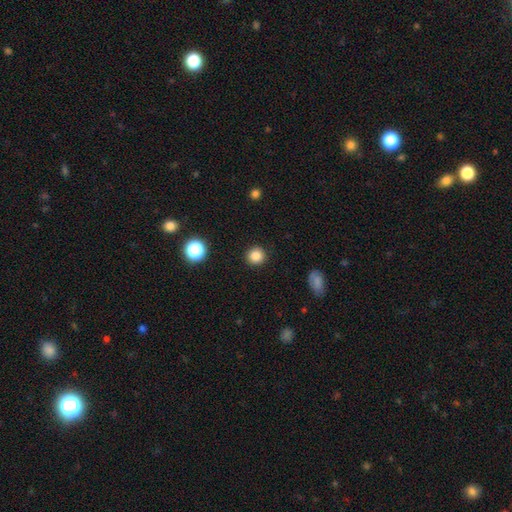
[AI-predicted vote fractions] The model was most divided on "smooth or featured": smooth: 85%, star or artifact: 11%, featured or disk: 4%. More confident: how rounded — round (93%); merging — none (91%).